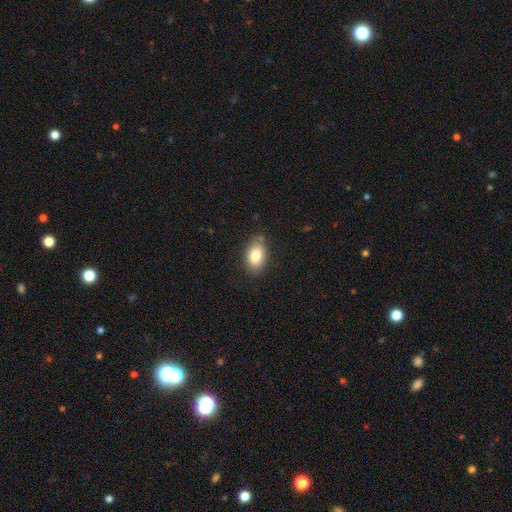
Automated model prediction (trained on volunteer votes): Overall: smooth (82%). How rounded: in between (88%). Merging: none (79%).